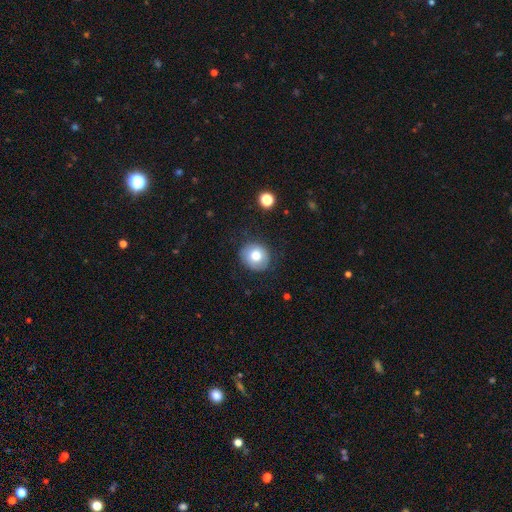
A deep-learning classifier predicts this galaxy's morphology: This appears to be a smooth galaxy with no disk features (76%) that is round (83%). Merging: none (82%).